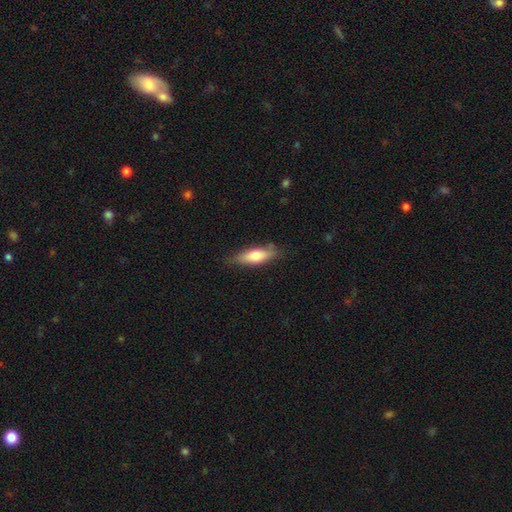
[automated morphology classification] Overall: smooth (71%). How rounded: in between (56%; cigar-shaped 42%). Merging: none (75%).